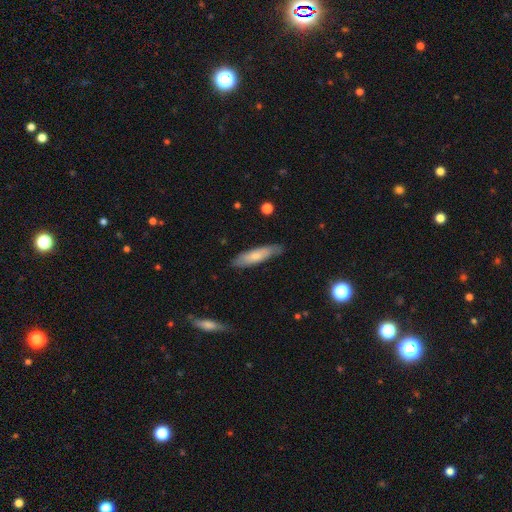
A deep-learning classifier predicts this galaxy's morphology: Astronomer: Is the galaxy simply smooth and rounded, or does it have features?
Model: smooth — 69%.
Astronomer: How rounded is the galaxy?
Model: cigar-shaped — 72%.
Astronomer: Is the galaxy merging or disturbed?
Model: none — 78%.